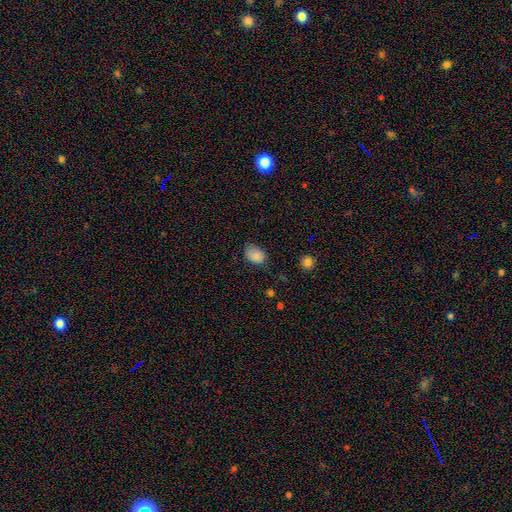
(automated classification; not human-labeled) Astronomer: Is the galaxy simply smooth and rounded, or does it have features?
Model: smooth — 85%.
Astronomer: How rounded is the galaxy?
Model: in between — 77%.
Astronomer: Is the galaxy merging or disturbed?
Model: none — 68%.